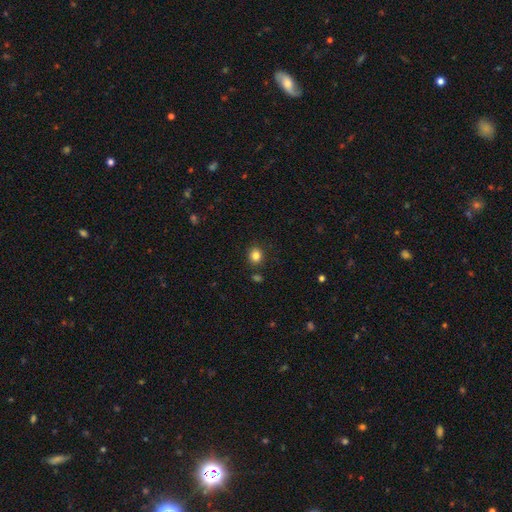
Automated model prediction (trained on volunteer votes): This appears to be a smooth galaxy with no disk features (83%) that is round (74%). Merging: none (87%).